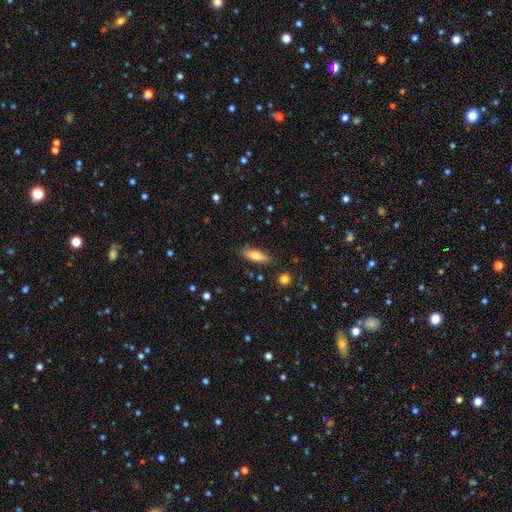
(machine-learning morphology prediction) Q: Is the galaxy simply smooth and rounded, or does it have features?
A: smooth — 70%.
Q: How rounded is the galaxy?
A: in between — 60%.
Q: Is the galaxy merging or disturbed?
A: none — 83%.